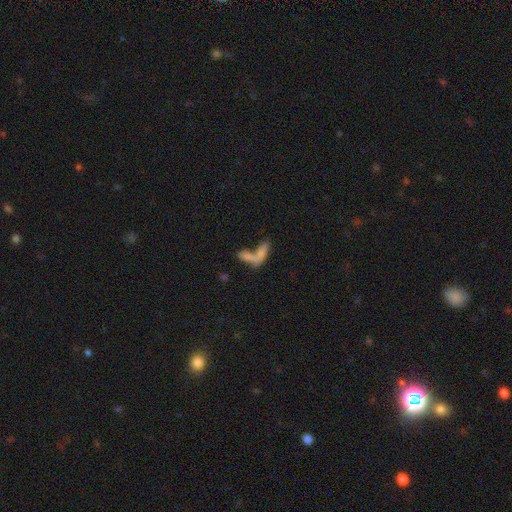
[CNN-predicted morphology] A smooth galaxy with no disk features (65%) that is in between round and cigar-shaped (50%). Merging: merger (62%).